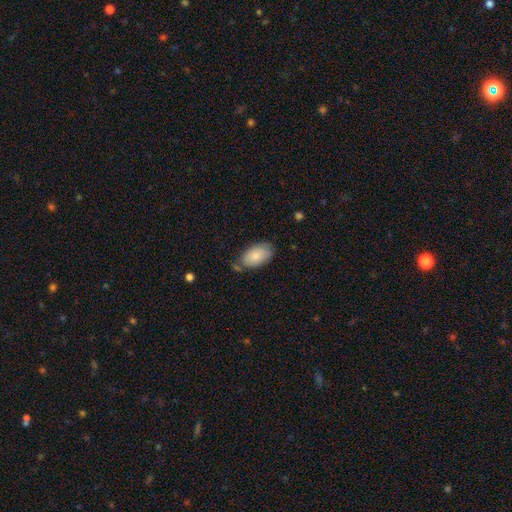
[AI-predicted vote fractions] Smooth or featured? Predicted: smooth (p=0.82). How rounded? Predicted: in between (p=0.95). Merging? Predicted: none (p=0.65).